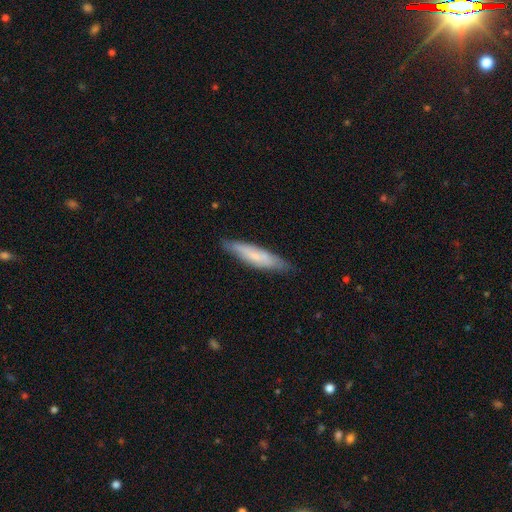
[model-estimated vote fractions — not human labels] A smooth galaxy with no disk features (62%) that is cigar-shaped (81%).

Vote fractions:
- Smooth or featured? smooth: 62% / featured or disk: 32% / star or artifact: 6%
- How rounded? cigar-shaped: 81% / in between: 18% / round: 1%
- Merging? none: 82% / minor disturbance: 14% / major disturbance: 3% / merger: 1%